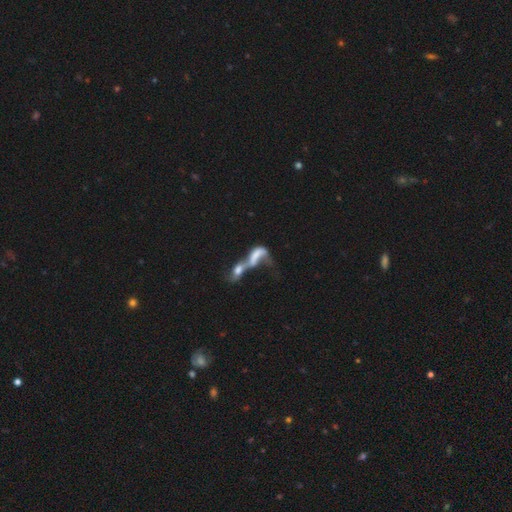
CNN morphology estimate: A featured or disk galaxy (47%). Merging: merger (75%).